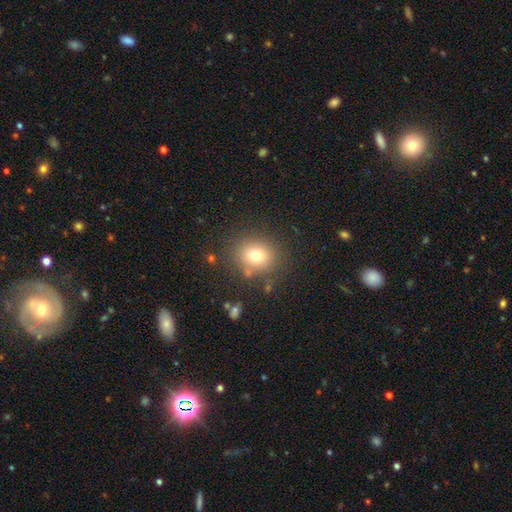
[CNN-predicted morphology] Smooth or featured? smooth (75%)
How rounded? round (74%)
Merging? none (81%)